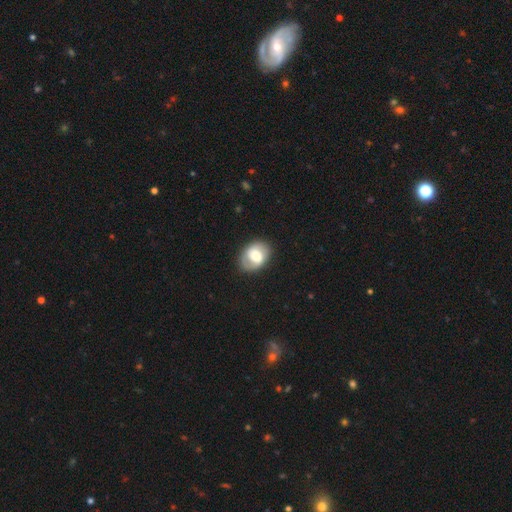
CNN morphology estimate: Smooth or featured?
  - featured or disk: 51% *
  - smooth: 43%
  - star or artifact: 7%
Edge-on disk?
  - no: 96% *
  - yes: 4%
Merging?
  - none: 81% *
  - minor disturbance: 13%
  - major disturbance: 5%
  - merger: 1%